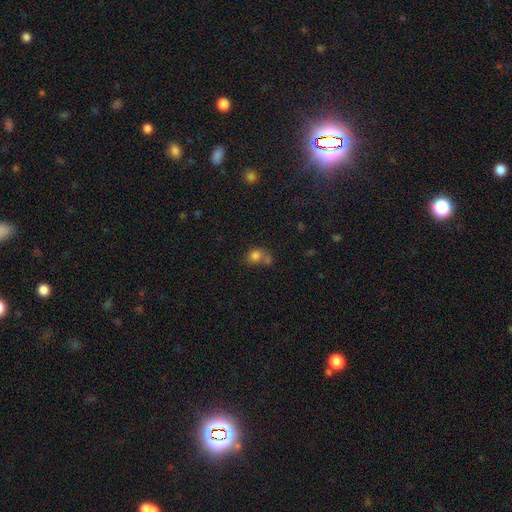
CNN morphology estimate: Smooth or featured: smooth — 79% (star or artifact — 12%)
How rounded: round — 63% (in between — 36%)
Merging: merger — 45% (none — 37%)